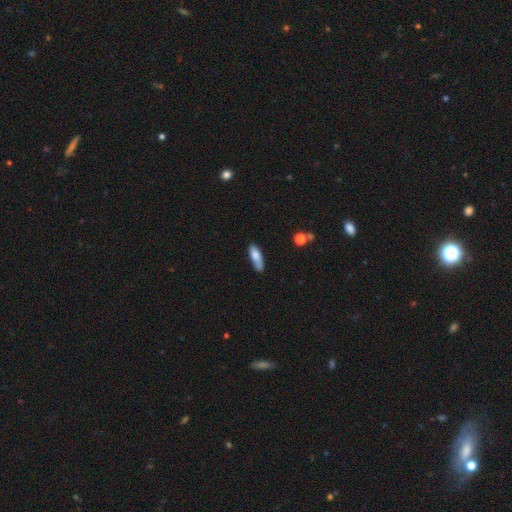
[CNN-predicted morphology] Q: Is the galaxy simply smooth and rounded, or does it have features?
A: smooth — 79%.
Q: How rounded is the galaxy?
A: in between — 55%.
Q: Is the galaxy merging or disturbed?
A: none — 58%.